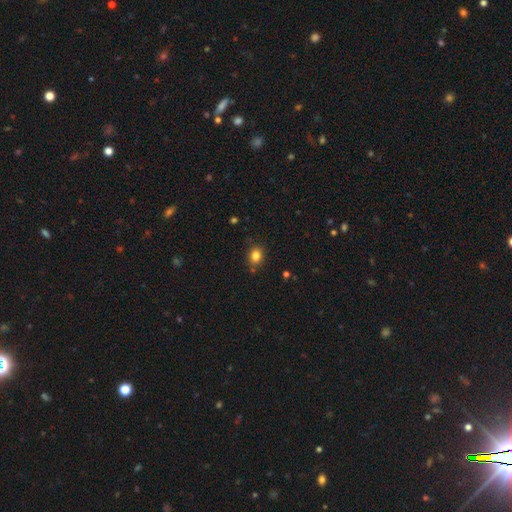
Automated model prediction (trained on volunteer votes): A smooth galaxy with no disk features (83%) that is in between round and cigar-shaped (51%). Merging: none (80%).